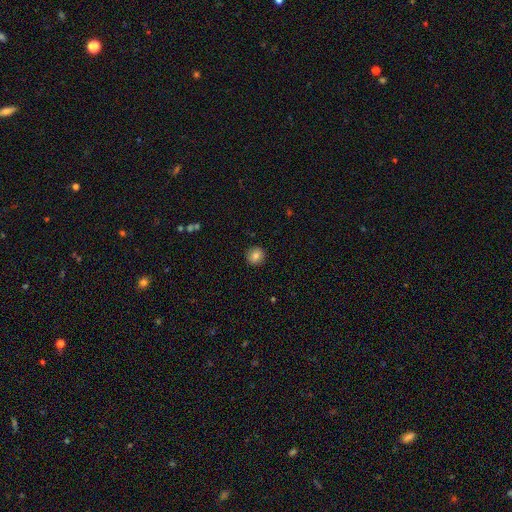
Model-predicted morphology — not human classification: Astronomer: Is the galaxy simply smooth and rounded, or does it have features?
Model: smooth — 81%.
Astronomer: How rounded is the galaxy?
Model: round — 91%.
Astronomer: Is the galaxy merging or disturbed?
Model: none — 91%.